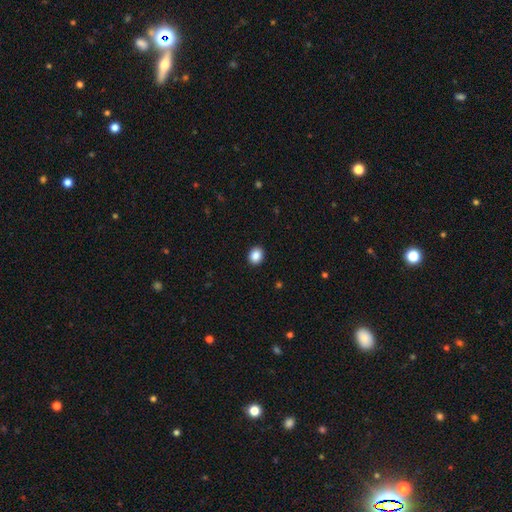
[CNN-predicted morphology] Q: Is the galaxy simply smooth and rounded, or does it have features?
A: smooth — 88%.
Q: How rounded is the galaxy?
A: round — 55%.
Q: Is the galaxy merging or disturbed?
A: none — 92%.